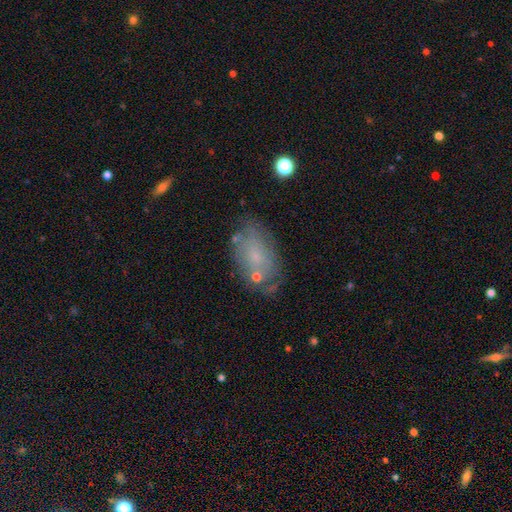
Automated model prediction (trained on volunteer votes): Smooth or featured?
  - smooth: 51% *
  - featured or disk: 38%
  - star or artifact: 11%
How rounded?
  - in between: 90% *
  - round: 8%
  - cigar-shaped: 2%
Merging?
  - none: 64% *
  - minor disturbance: 22%
  - major disturbance: 8%
  - merger: 6%